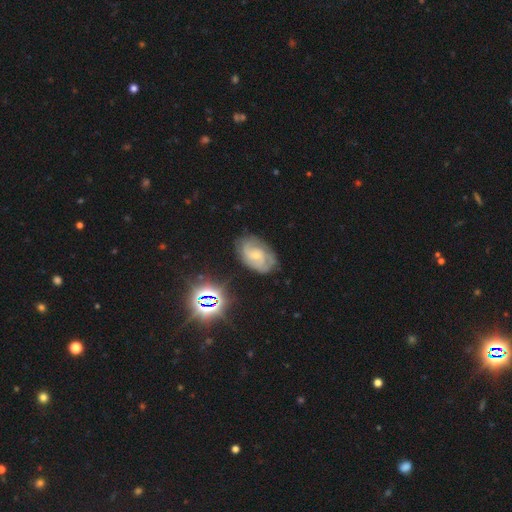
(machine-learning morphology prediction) A featured or disk galaxy (76%) with no bar (58%), 2 (57%) medium (44%) spiral arms (94%) and a small central bulge (71%).

Vote fractions:
- Smooth or featured? featured or disk: 76% / smooth: 15% / star or artifact: 9%
- Edge-on disk? no: 97% / yes: 3%
- Bar? no: 58% / weak: 36% / strong: 6%
- Spiral arms? yes: 94% / no: 6%
- Spiral winding? medium: 44% / tight: 42% / loose: 15%
- Spiral arm count? 2: 57% / can't tell: 22% / 3: 12% / 1: 4% / 4: 3% / more than 4: 3%
- Bulge size? small: 71% / moderate: 23% / none: 4% / large: 1% / dominant: 1%
- Merging? none: 71% / minor disturbance: 20% / major disturbance: 7% / merger: 2%